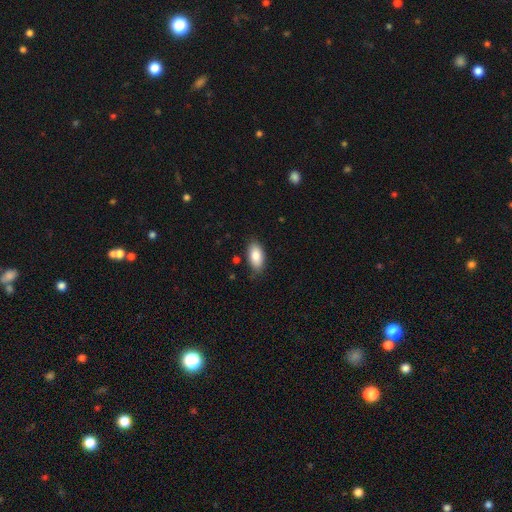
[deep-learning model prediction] Smooth or featured?
  - smooth: 85% *
  - featured or disk: 8%
  - star or artifact: 7%
How rounded?
  - in between: 93% *
  - cigar-shaped: 4%
  - round: 3%
Merging?
  - none: 80% *
  - minor disturbance: 16%
  - major disturbance: 3%
  - merger: 2%